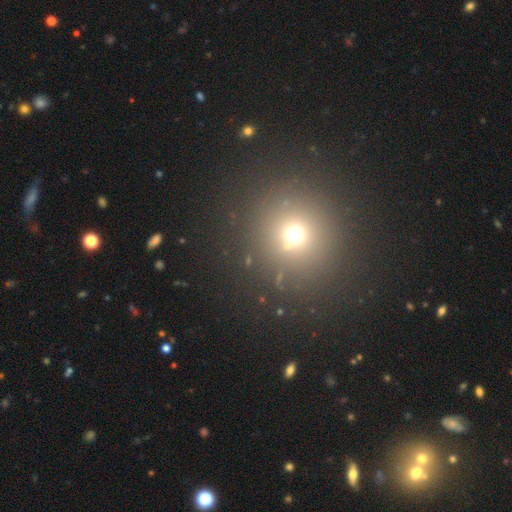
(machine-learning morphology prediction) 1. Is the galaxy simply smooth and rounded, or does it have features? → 59% smooth, 33% star or artifact, 8% featured or disk.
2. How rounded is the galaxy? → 94% round, 5% in between, 1% cigar-shaped.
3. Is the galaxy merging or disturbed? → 91% none, 5% minor disturbance, 2% major disturbance, 2% merger.